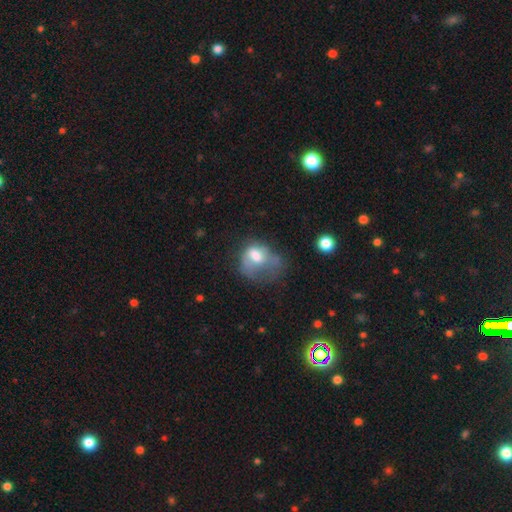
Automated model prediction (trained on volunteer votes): Smooth or featured: smooth — 56% (featured or disk — 34%)
How rounded: in between — 61% (round — 38%)
Merging: major disturbance — 52% (minor disturbance — 23%)